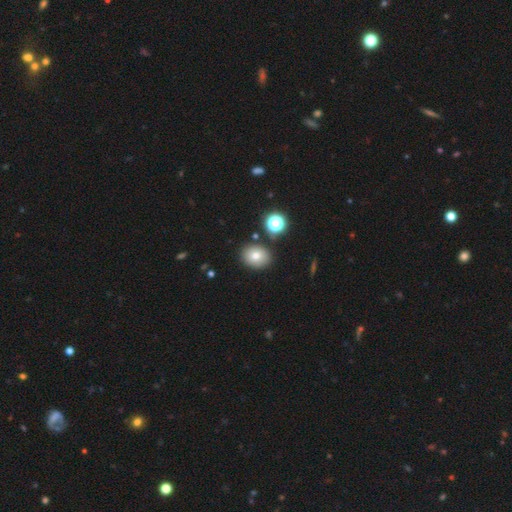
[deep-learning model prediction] A smooth galaxy with no disk features (74%) that is round (57%).

Vote fractions:
- Smooth or featured? smooth: 74% / star or artifact: 14% / featured or disk: 12%
- How rounded? round: 57% / in between: 42% / cigar-shaped: 1%
- Merging? none: 83% / minor disturbance: 9% / merger: 5% / major disturbance: 3%